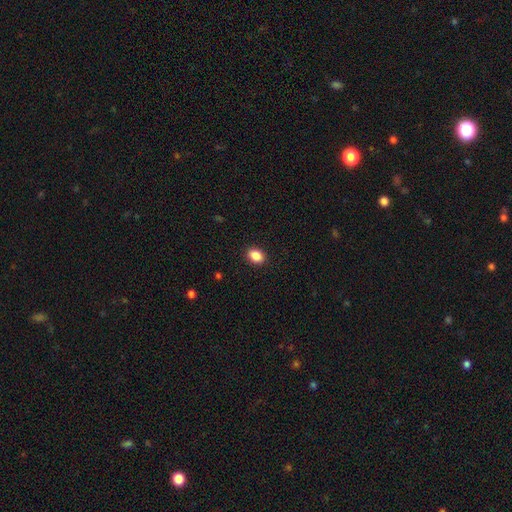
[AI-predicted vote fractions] smooth 88%, star or artifact 9%, featured or disk 4%. Down the decision tree: how rounded — in between (72%); merging — none (90%).